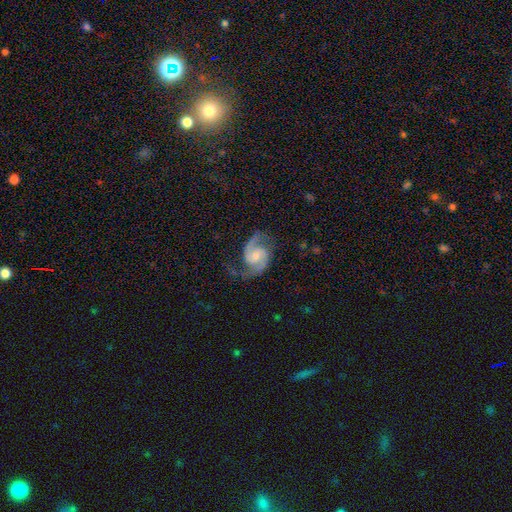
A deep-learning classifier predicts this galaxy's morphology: A featured or disk galaxy (90%) with no bar (52%), 2 (93%) medium (57%) spiral arms (98%) and a small central bulge (43%).

Vote fractions:
- Smooth or featured? featured or disk: 90% / smooth: 5% / star or artifact: 5%
- Edge-on disk? no: 98% / yes: 2%
- Bar? no: 52% / weak: 40% / strong: 8%
- Spiral arms? yes: 98% / no: 2%
- Spiral winding? medium: 57% / loose: 27% / tight: 16%
- Spiral arm count? 2: 93% / can't tell: 2% / 1: 2% / 3: 1% / 4: 1% / more than 4: 1%
- Bulge size? small: 43% / moderate: 38% / none: 13% / large: 5% / dominant: 1%
- Merging? none: 71% / minor disturbance: 17% / major disturbance: 10% / merger: 2%